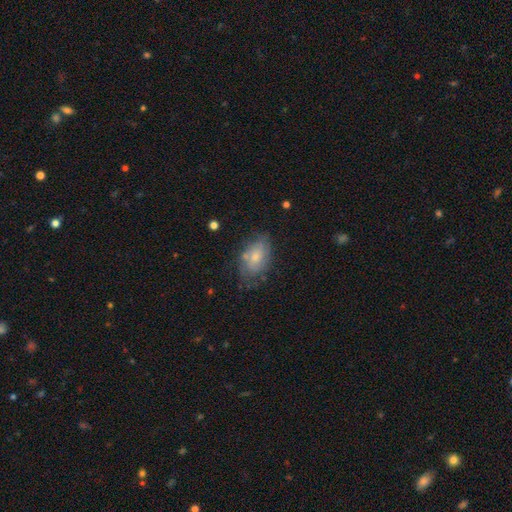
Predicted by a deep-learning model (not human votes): Smooth or featured? smooth (50%)
How rounded? in between (87%)
Merging? none (61%)